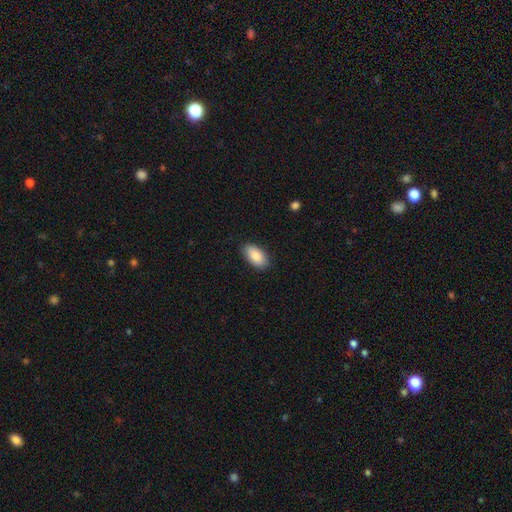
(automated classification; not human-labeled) Smooth or featured? smooth (88%)
How rounded? in between (94%)
Merging? none (87%)